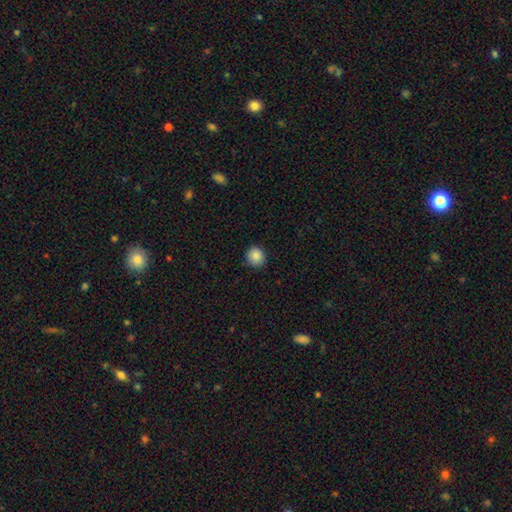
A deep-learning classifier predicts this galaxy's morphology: Overall: smooth (87%). How rounded: round (89%). Merging: none (89%).